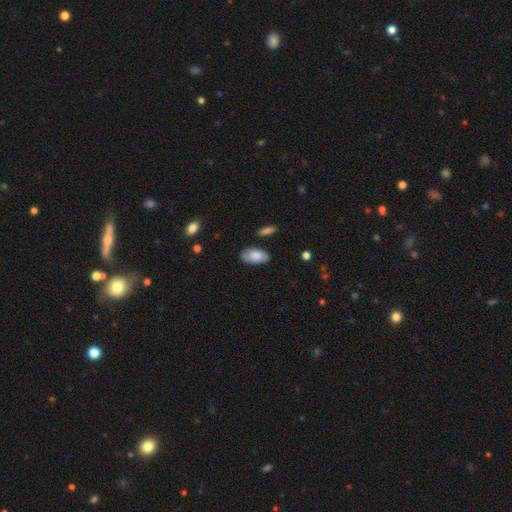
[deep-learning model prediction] Morphology: type=smooth (82%); roundness=in between (95%); merging=none (82%).